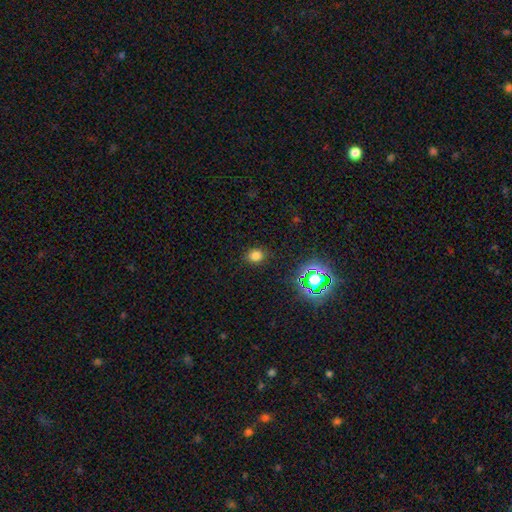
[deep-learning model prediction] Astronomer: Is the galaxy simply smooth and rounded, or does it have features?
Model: smooth — 75%.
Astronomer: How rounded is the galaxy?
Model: round — 62%.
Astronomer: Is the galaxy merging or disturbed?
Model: none — 86%.